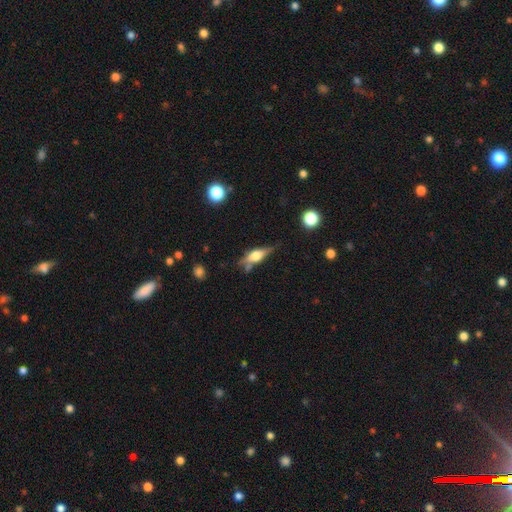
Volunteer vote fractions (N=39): This is likely a featured or disk galaxy (79%). It is clearly viewed edge-on (100%). Edge-on bulge: clearly rounded (97%). Merging: likely none (62%).